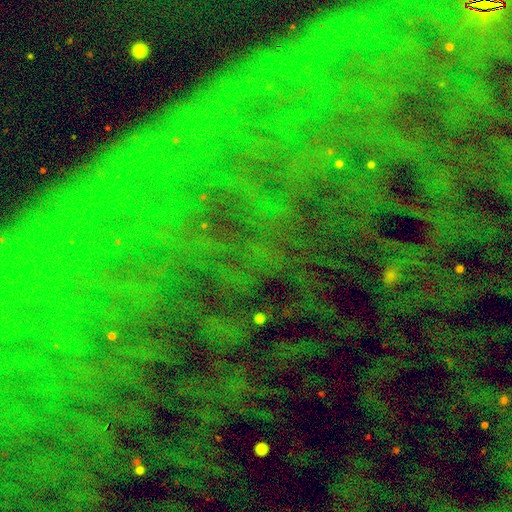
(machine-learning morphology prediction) A star or artifact, not a galaxy (82%).

Vote fractions:
- Smooth or featured? star or artifact: 82% / smooth: 9% / featured or disk: 9%